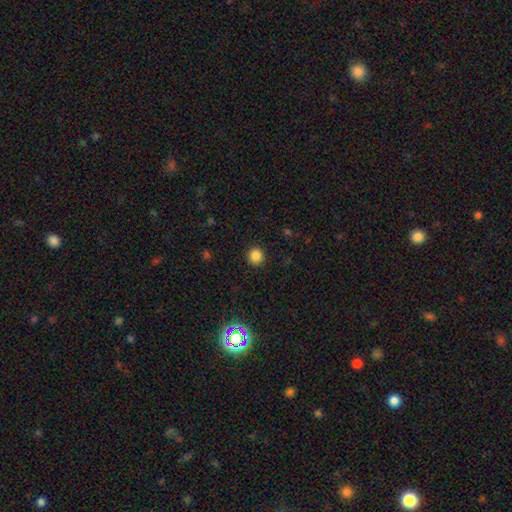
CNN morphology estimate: Smooth or featured: smooth — 85% (star or artifact — 12%)
How rounded: round — 94% (in between — 5%)
Merging: none — 92% (minor disturbance — 5%)